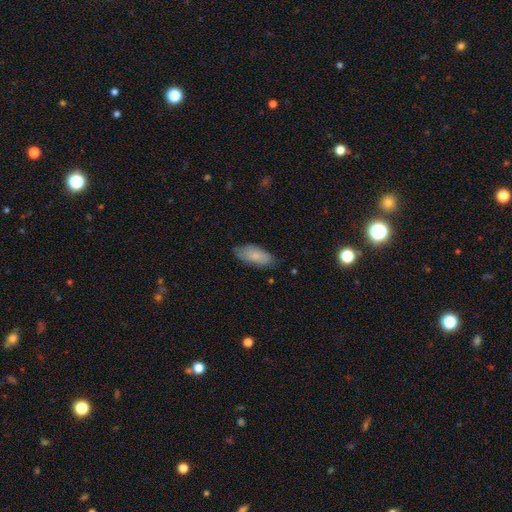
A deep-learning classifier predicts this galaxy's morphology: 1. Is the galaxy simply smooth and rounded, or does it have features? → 81% smooth, 13% featured or disk, 6% star or artifact.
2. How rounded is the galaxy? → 82% in between, 16% cigar-shaped, 2% round.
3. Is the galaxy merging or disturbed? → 76% none, 19% minor disturbance, 3% major disturbance, 1% merger.